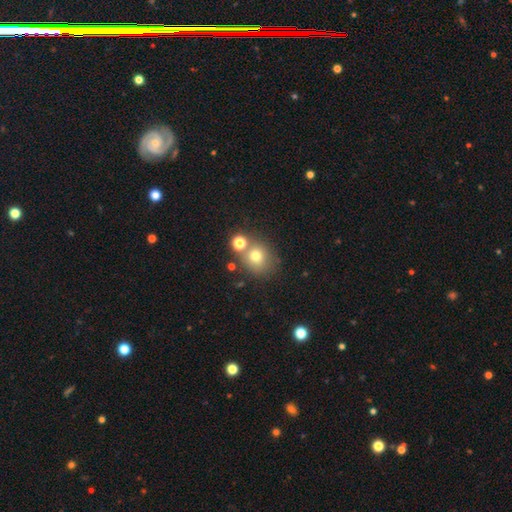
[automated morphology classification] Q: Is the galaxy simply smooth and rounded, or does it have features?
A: smooth — 72%.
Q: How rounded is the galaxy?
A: round — 81%.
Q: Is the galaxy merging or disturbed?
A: none — 62%.